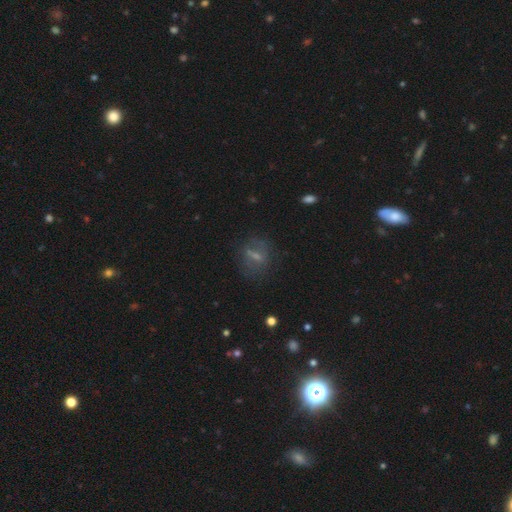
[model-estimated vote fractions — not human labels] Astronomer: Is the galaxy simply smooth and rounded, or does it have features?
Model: featured or disk — 44% (runner-up: smooth, 41%).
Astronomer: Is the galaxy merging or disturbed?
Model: none — 66%.